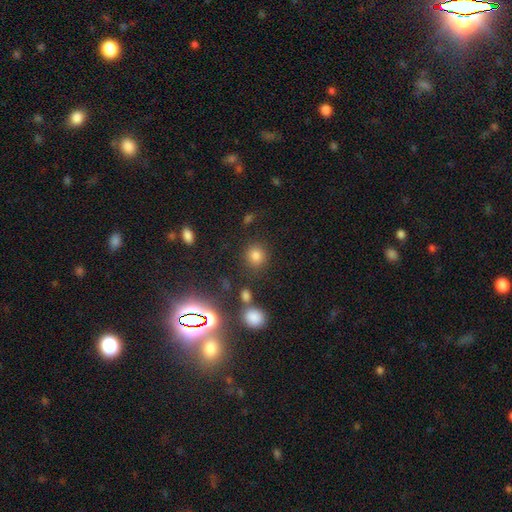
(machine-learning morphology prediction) A smooth galaxy with no disk features (78%) that is round (86%).

Vote fractions:
- Smooth or featured? smooth: 78% / star or artifact: 16% / featured or disk: 6%
- How rounded? round: 86% / in between: 13% / cigar-shaped: 1%
- Merging? none: 82% / minor disturbance: 9% / merger: 5% / major disturbance: 4%